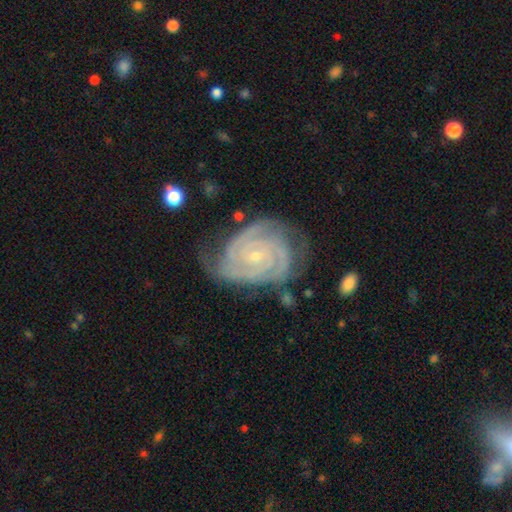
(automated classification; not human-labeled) smooth-or-featured: featured or disk: 92% | star or artifact: 5% | smooth: 4%
  disk-edge-on: no: 98% | yes: 2%
    bar: no: 68% | weak: 24% | strong: 8%
    has-spiral-arms: yes: 98% | no: 2%
      spiral-winding: tight: 79% | medium: 19% | loose: 2%
      spiral-arm-count: 3: 34% | 2: 31% | 4: 14% | can't tell: 11% | more than 4: 5% | 1: 5%
    bulge-size: small: 79% | moderate: 18% | none: 1% | large: 1% | dominant: 1%
  merging: none: 66% | minor disturbance: 24% | major disturbance: 8% | merger: 2%